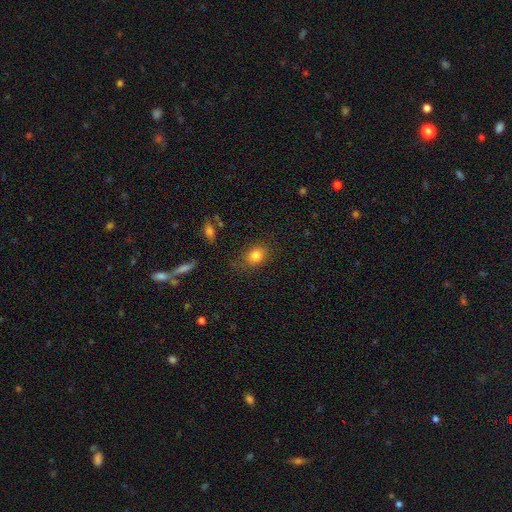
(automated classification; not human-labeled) This appears to be a smooth galaxy with no disk features (83%) that is in between round and cigar-shaped (66%). Merging: none (79%).